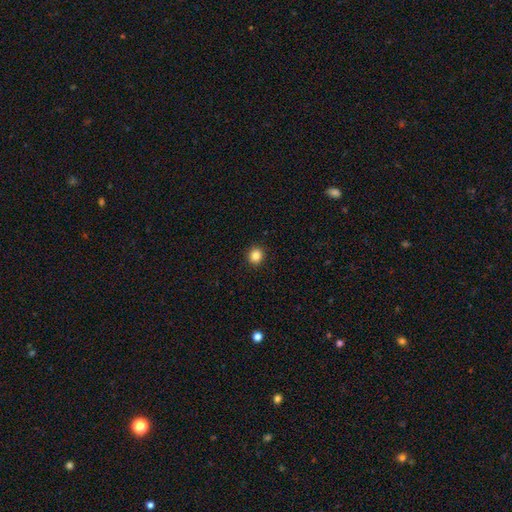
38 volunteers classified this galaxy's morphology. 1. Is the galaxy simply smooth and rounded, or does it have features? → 87% smooth, 8% star or artifact, 5% featured or disk.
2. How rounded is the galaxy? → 94% round, 6% in between, 0% cigar-shaped.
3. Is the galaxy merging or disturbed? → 91% none, 6% minor disturbance, 3% major disturbance, 0% merger.